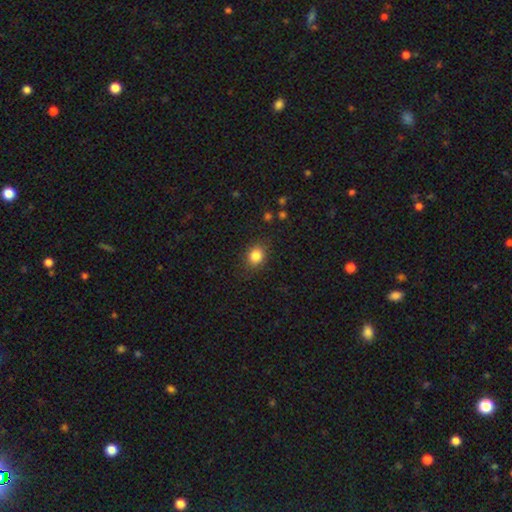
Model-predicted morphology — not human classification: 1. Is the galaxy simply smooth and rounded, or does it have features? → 85% smooth, 10% star or artifact, 5% featured or disk.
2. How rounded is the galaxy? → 58% round, 41% in between, 1% cigar-shaped.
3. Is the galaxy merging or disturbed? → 84% none, 12% minor disturbance, 3% major disturbance, 1% merger.